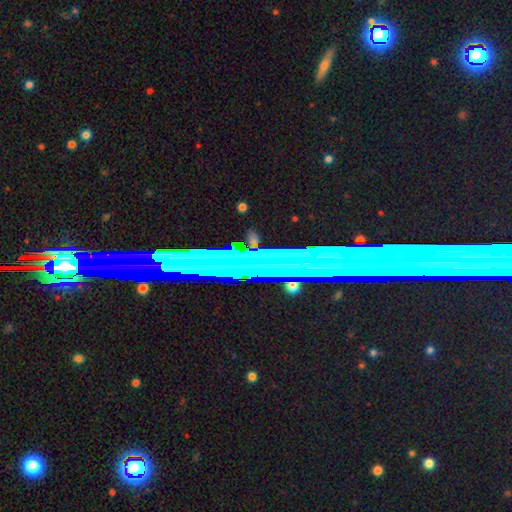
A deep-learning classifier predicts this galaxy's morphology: Smooth or featured? star or artifact (53%)